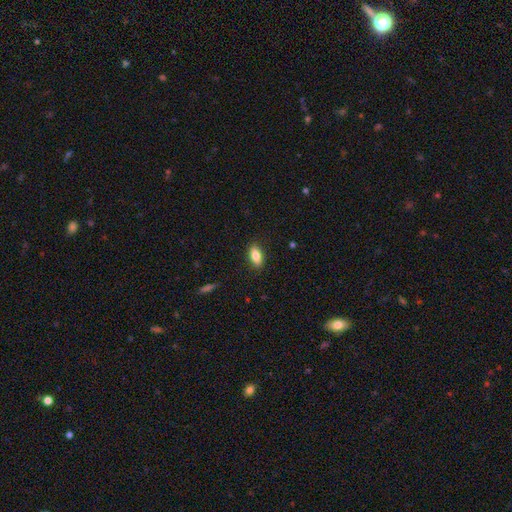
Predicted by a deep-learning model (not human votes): Q: Smooth or featured?
A: smooth (83%); runner-up: featured or disk (10%)
Q: How rounded?
A: in between (85%); runner-up: cigar-shaped (11%)
Q: Merging?
A: none (87%); runner-up: minor disturbance (10%)